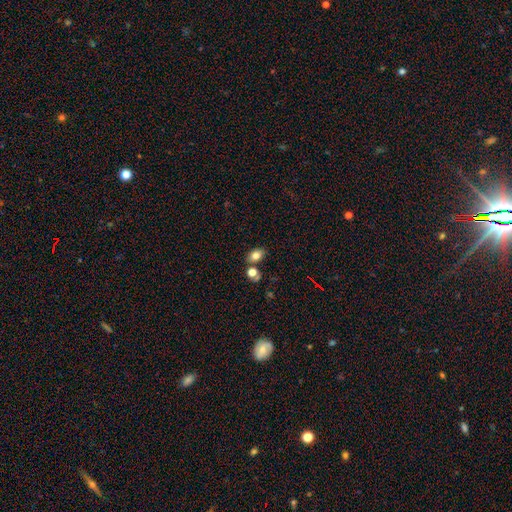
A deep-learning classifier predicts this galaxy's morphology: This appears to be a smooth galaxy with no disk features (79%) that is in between round and cigar-shaped (78%). Merging: none (71%).